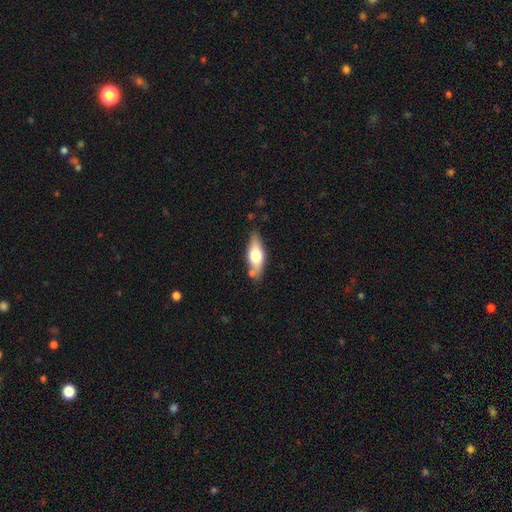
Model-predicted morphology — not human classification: This is possibly a smooth galaxy (57%). How rounded: likely in between (63%). Merging: likely none (74%).